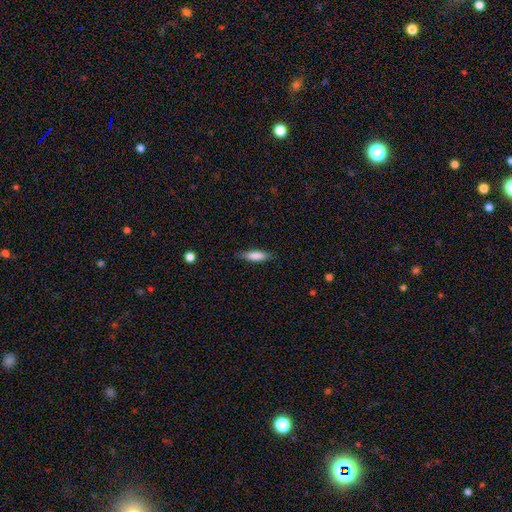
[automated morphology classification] This appears to be a smooth galaxy with no disk features (82%) that is cigar-shaped (53%). Merging: none (81%).